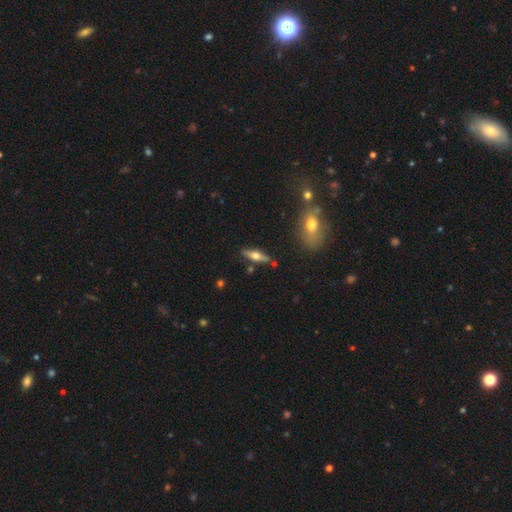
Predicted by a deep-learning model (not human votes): The model was most divided on "smooth or featured": featured or disk: 61%, smooth: 33%, star or artifact: 6%. More confident: edge-on bulge — rounded (95%); edge-on disk — yes (93%); merging — none (83%).